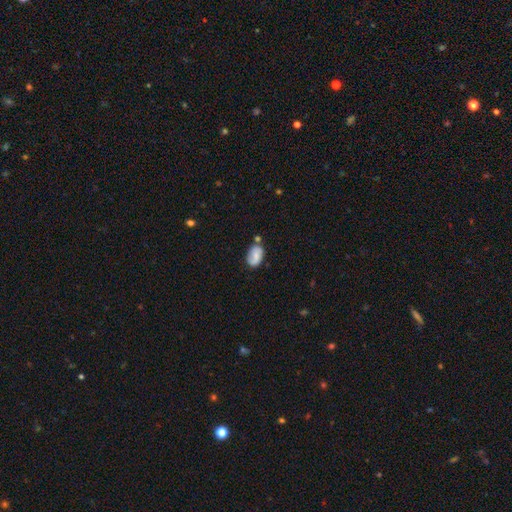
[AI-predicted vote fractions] Smooth or featured? Predicted: smooth (p=0.53). How rounded? Predicted: in between (p=0.87). Merging? Predicted: none (p=0.61).